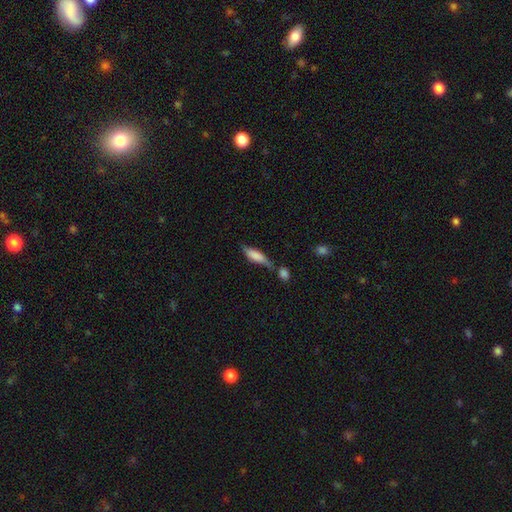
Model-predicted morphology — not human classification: Q: Smooth or featured?
A: smooth (73%); runner-up: featured or disk (20%)
Q: How rounded?
A: in between (52%); runner-up: cigar-shaped (45%)
Q: Merging?
A: none (43%); runner-up: merger (28%)